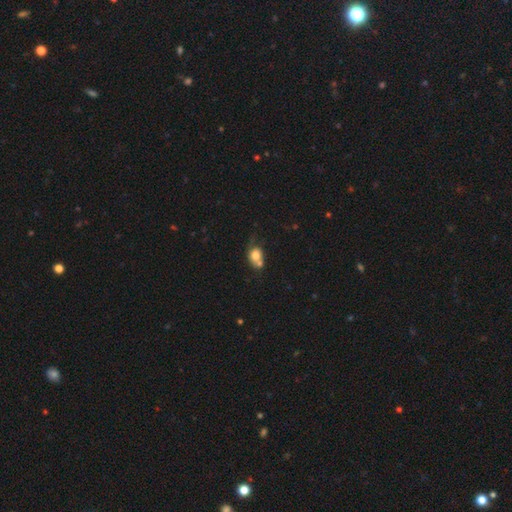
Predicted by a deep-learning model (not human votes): Smooth or featured? smooth (73%)
How rounded? round (52%)
Merging? merger (43%)